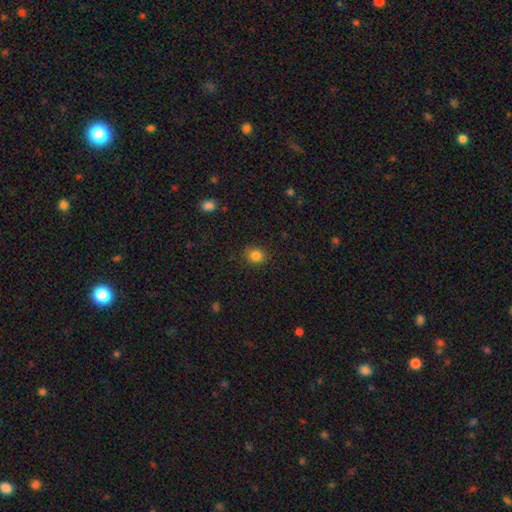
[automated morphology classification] This is clearly a smooth galaxy (83%). How rounded: likely round (73%). Merging: clearly none (87%).